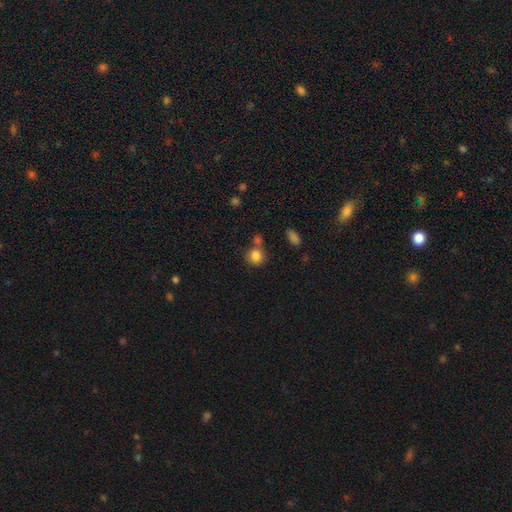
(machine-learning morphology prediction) type=smooth (83%); roundness=round (74%); merging=none (58%).